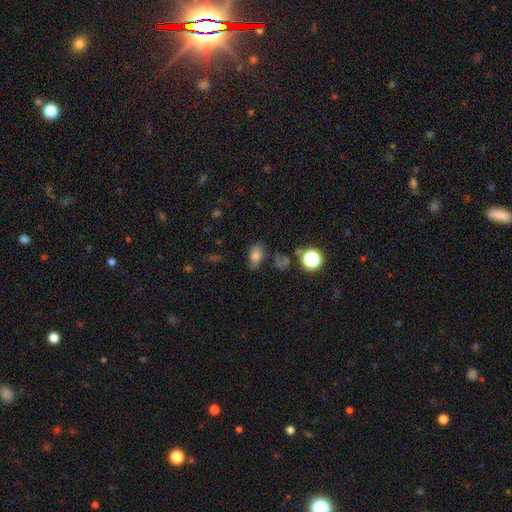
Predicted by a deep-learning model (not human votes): This is likely a smooth galaxy (69%). How rounded: clearly in between (82%). Merging: likely none (62%).